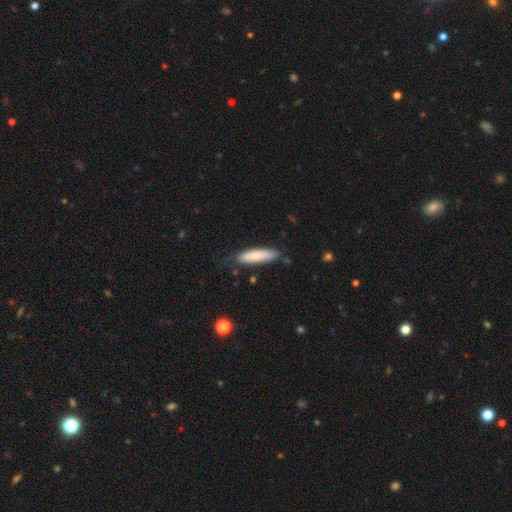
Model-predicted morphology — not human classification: Smooth or featured?
  - smooth: 76% *
  - featured or disk: 18%
  - star or artifact: 6%
How rounded?
  - cigar-shaped: 68% *
  - in between: 31%
  - round: 1%
Merging?
  - none: 71% *
  - minor disturbance: 22%
  - major disturbance: 5%
  - merger: 2%